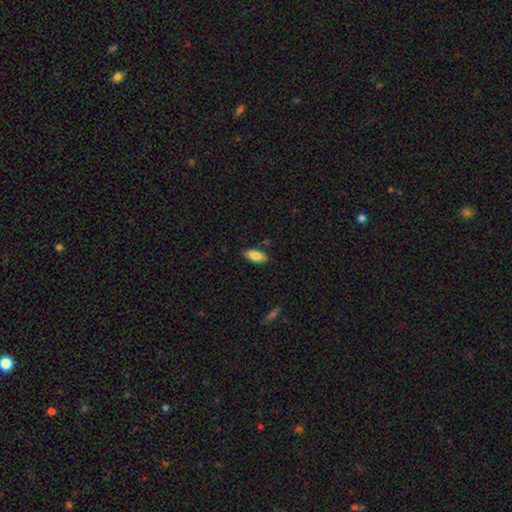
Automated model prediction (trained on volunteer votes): This appears to be a smooth galaxy with no disk features (84%) that is in between round and cigar-shaped (82%). Merging: none (83%).